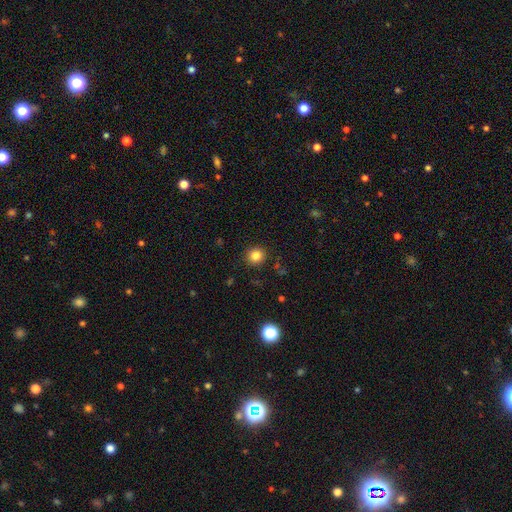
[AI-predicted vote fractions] smooth-or-featured: smooth: 83% | star or artifact: 12% | featured or disk: 5%
  how-rounded: round: 91% | in between: 8% | cigar-shaped: 1%
  merging: none: 91% | minor disturbance: 6% | major disturbance: 2% | merger: 1%